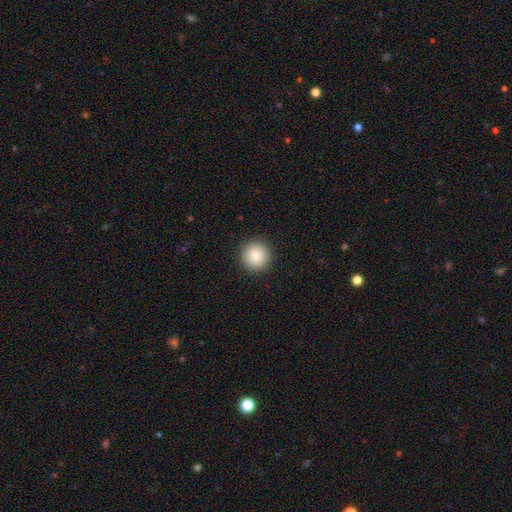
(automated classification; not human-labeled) Smooth or featured?
  - smooth: 86% *
  - star or artifact: 9%
  - featured or disk: 5%
How rounded?
  - round: 96% *
  - in between: 3%
  - cigar-shaped: 1%
Merging?
  - none: 93% *
  - minor disturbance: 5%
  - major disturbance: 2%
  - merger: 1%